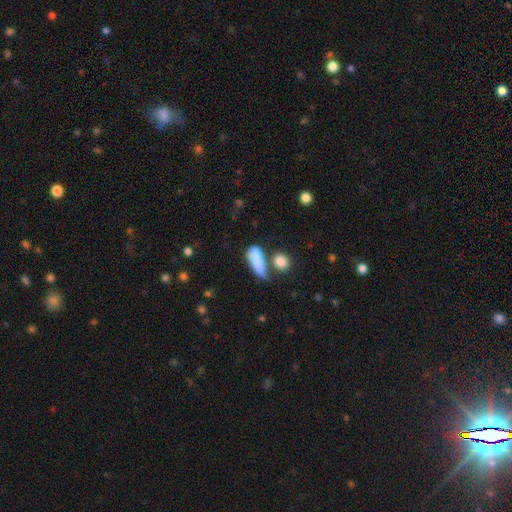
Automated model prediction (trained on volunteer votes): The model was most divided on "merging": none: 33%, merger: 26%, minor disturbance: 24%, major disturbance: 17%. More confident: smooth or featured — smooth (81%); how rounded — in between (66%).